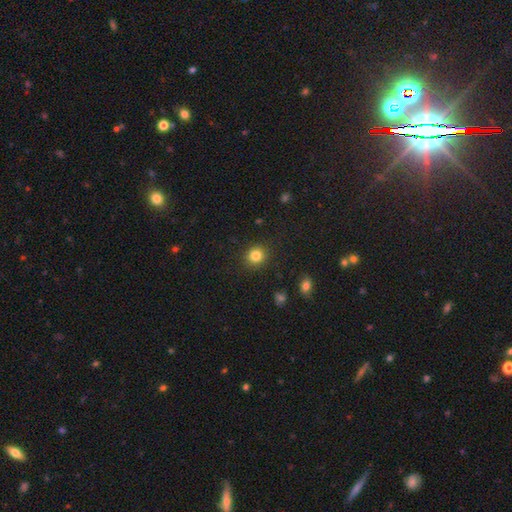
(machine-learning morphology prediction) Smooth or featured: smooth — 83% (star or artifact — 11%)
How rounded: round — 84% (in between — 15%)
Merging: none — 89% (minor disturbance — 7%)